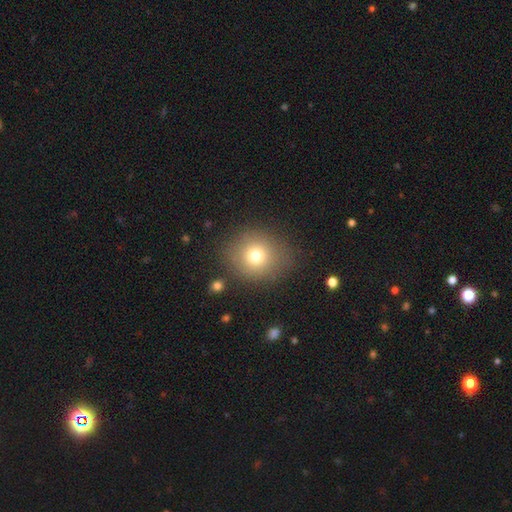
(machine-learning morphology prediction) smooth_or_featured: smooth (p=0.75) [alt: star or artifact p=0.14]
how_rounded: round (p=0.80) [alt: in between p=0.19]
merging: none (p=0.82) [alt: minor disturbance p=0.11]